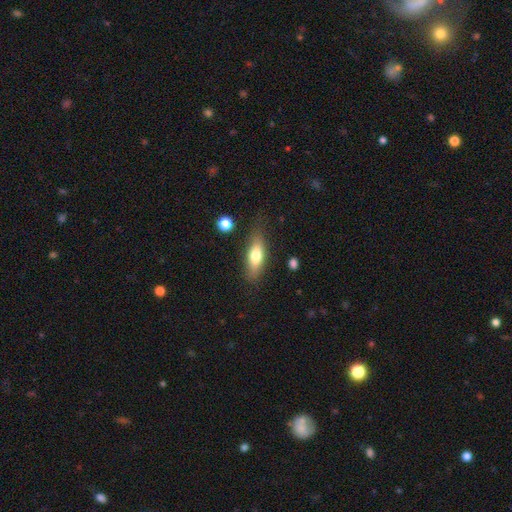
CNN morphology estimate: Smooth or featured: smooth — 70% (featured or disk — 24%)
How rounded: in between — 63% (cigar-shaped — 34%)
Merging: none — 75% (minor disturbance — 17%)